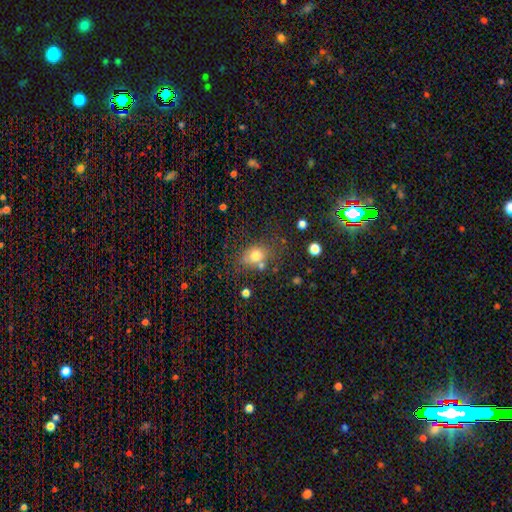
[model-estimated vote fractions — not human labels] A smooth galaxy with no disk features (75%) that is in between round and cigar-shaped (50%). Merging: none (59%).